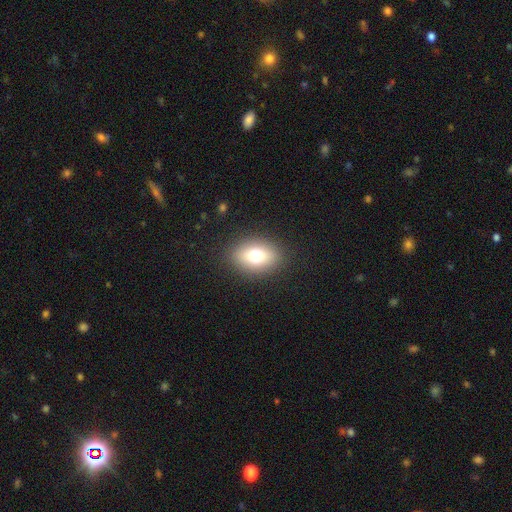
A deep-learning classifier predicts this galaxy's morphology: Smooth or featured? Predicted: smooth (p=0.73). How rounded? Predicted: in between (p=0.76). Merging? Predicted: none (p=0.87).